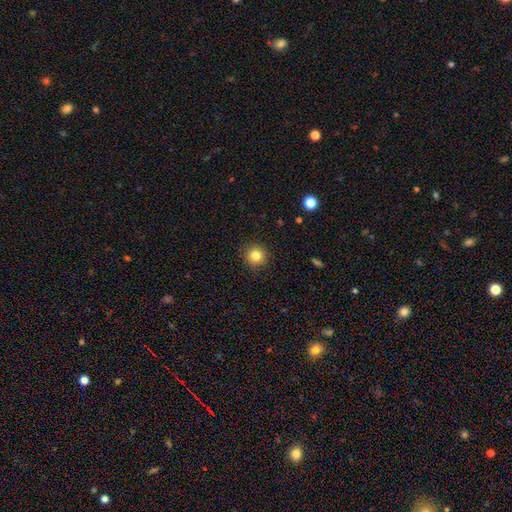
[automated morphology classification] smooth-or-featured: smooth: 82% | star or artifact: 12% | featured or disk: 6%
  how-rounded: round: 95% | in between: 4% | cigar-shaped: 1%
  merging: none: 92% | minor disturbance: 5% | major disturbance: 2% | merger: 1%